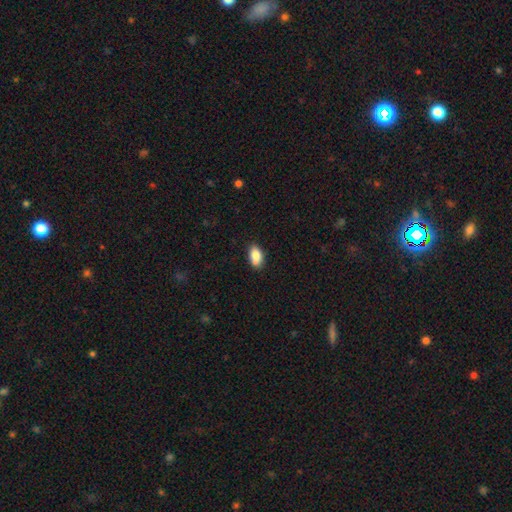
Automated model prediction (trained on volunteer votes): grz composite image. It shows a smooth galaxy with no disk features (85%) that is in between round and cigar-shaped (91%). Merging: none (76%).